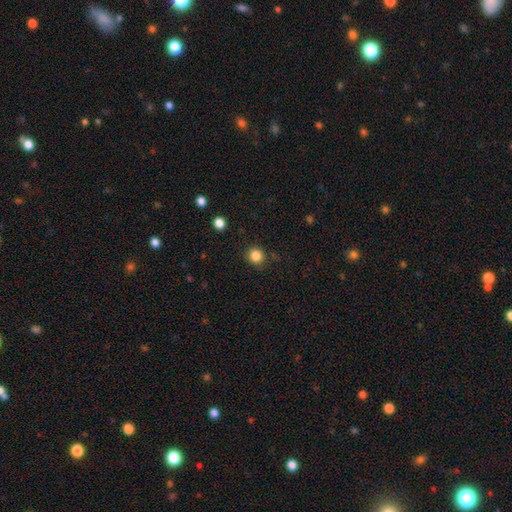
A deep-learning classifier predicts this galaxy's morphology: This appears to be a smooth galaxy with no disk features (85%) that is round (87%). Merging: none (86%).